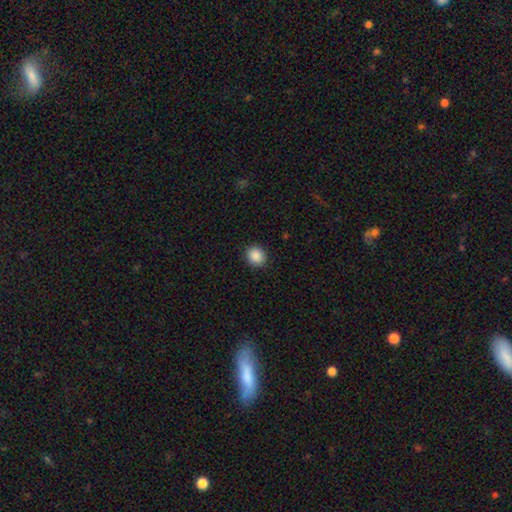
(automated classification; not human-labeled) Overall: smooth (89%). How rounded: round (78%). Merging: none (91%).